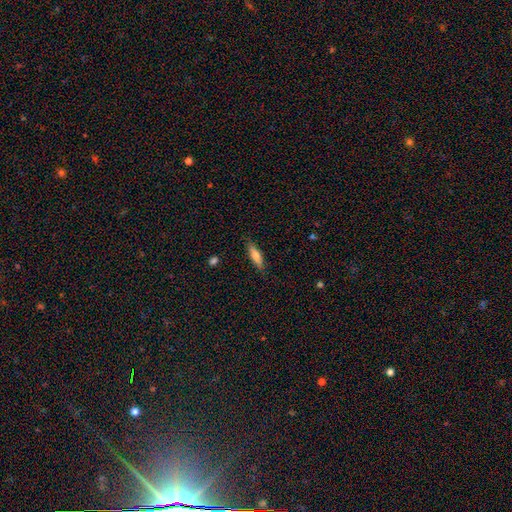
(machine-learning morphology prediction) Overall: smooth (71%). How rounded: cigar-shaped (65%; in between 33%). Merging: none (86%).